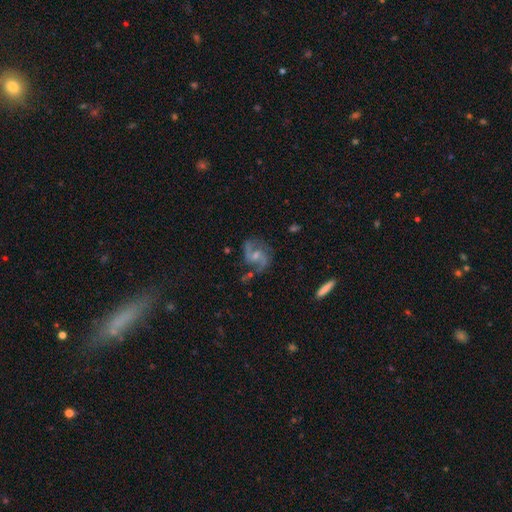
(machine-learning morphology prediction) Smooth or featured: featured or disk — 86% (smooth — 8%)
Edge-on disk: no — 98% (yes — 2%)
Bar: weak — 46% (no — 43%)
Spiral arms: yes — 96% (no — 4%)
Spiral winding: medium — 48% (loose — 42%)
Spiral arm count: 2 — 90% (can't tell — 3%)
Bulge size: small — 50% (moderate — 35%)
Merging: none — 66% (minor disturbance — 19%)